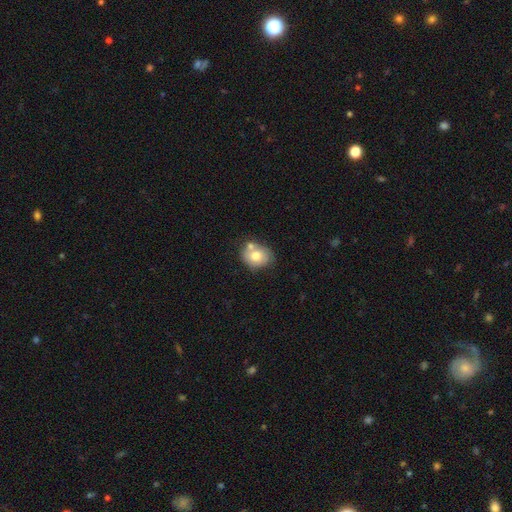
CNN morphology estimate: smooth-or-featured: smooth: 72% | featured or disk: 19% | star or artifact: 9%
  how-rounded: round: 57% | in between: 42% | cigar-shaped: 1%
  merging: none: 52% | merger: 28% | minor disturbance: 16% | major disturbance: 4%